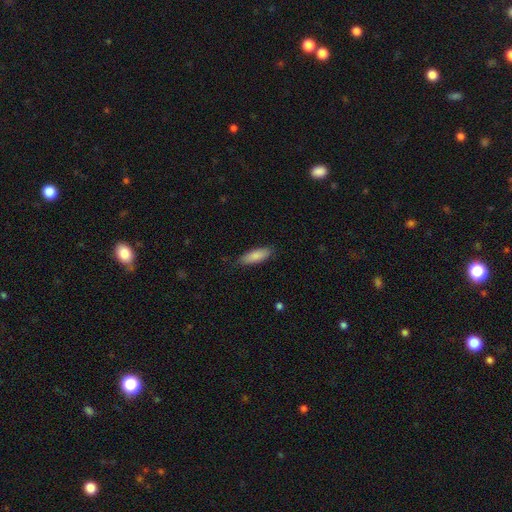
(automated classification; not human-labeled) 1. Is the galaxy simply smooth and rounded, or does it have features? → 85% smooth, 9% featured or disk, 6% star or artifact.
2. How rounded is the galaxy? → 62% in between, 37% cigar-shaped, 2% round.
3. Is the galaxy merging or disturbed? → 82% none, 14% minor disturbance, 2% major disturbance, 1% merger.